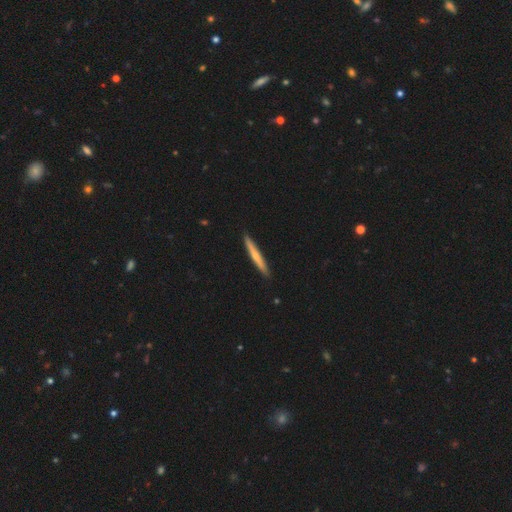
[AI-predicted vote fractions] Smooth or featured: smooth — 57% (featured or disk — 37%)
How rounded: cigar-shaped — 96% (in between — 3%)
Merging: none — 92% (minor disturbance — 6%)